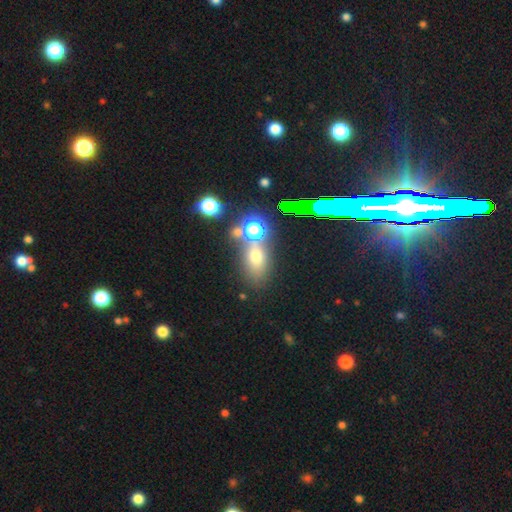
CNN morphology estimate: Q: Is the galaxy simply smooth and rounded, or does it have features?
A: smooth — 59%.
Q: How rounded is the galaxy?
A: in between — 62%.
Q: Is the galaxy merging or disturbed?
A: none — 50%.